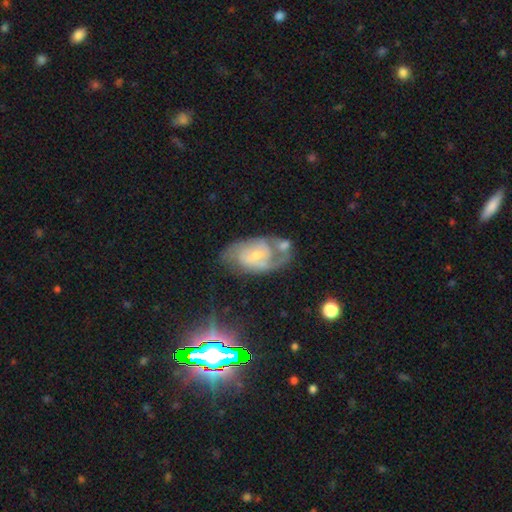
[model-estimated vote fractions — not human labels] This is likely a featured or disk galaxy (79%). It is clearly not viewed edge-on (97%). Bar: possibly no (53%). Spiral arm pattern: clearly yes (92%). Spiral arm count: likely 2 (66%). Spiral winding: marginally medium (45%). Central bulge: likely small (61%). Merging: possibly none (46%).